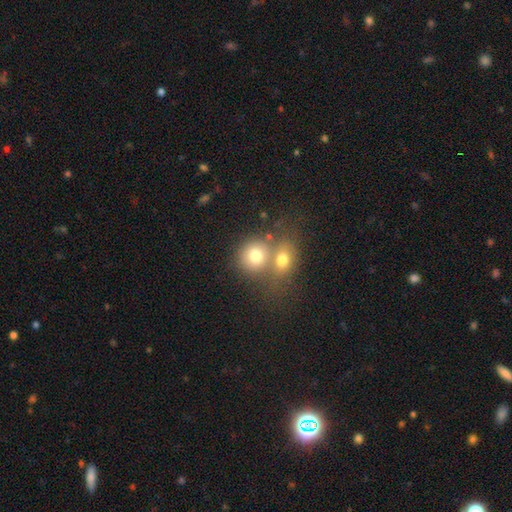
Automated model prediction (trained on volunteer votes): Overall: smooth (74%). How rounded: round (75%). Merging: merger (49%; none 39%).